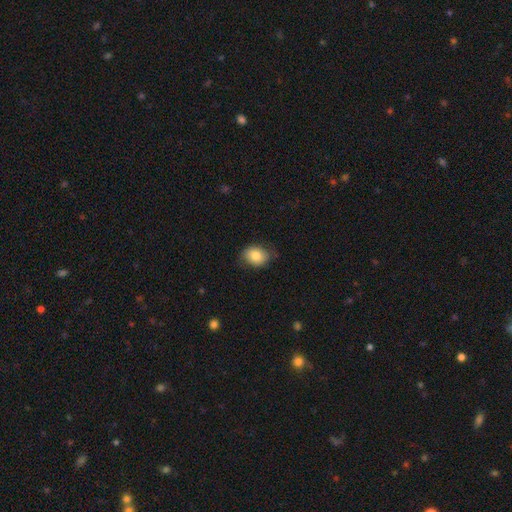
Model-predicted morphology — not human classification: Smooth or featured?
  - smooth: 81% *
  - featured or disk: 12%
  - star or artifact: 8%
How rounded?
  - in between: 60% *
  - round: 39%
  - cigar-shaped: 1%
Merging?
  - none: 75% *
  - minor disturbance: 20%
  - major disturbance: 4%
  - merger: 1%